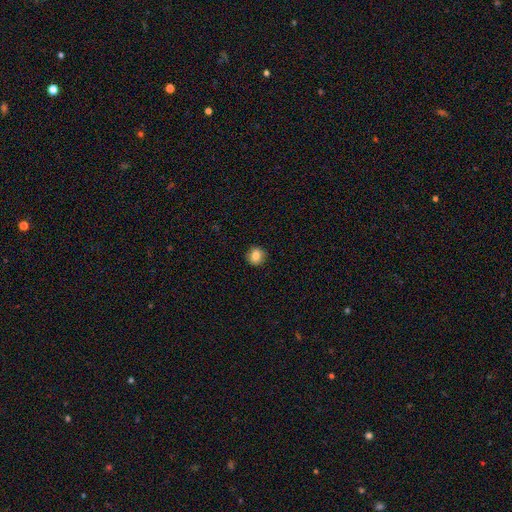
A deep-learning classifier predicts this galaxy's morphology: Q: Smooth or featured?
A: smooth (83%); runner-up: star or artifact (10%)
Q: How rounded?
A: round (83%); runner-up: in between (16%)
Q: Merging?
A: none (89%); runner-up: minor disturbance (8%)